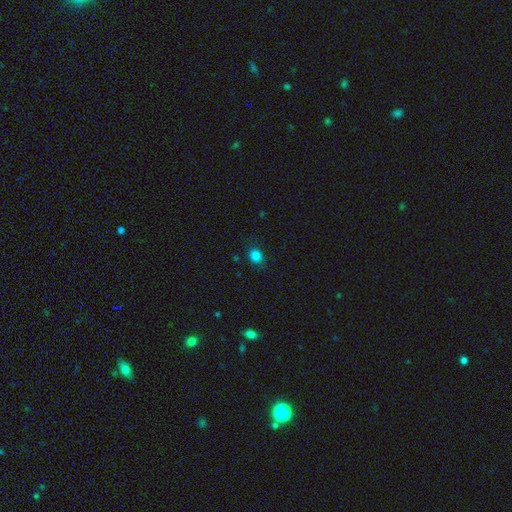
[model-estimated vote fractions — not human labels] smooth 83%, star or artifact 13%, featured or disk 4%. Down the decision tree: how rounded — round (63%); merging — none (86%).